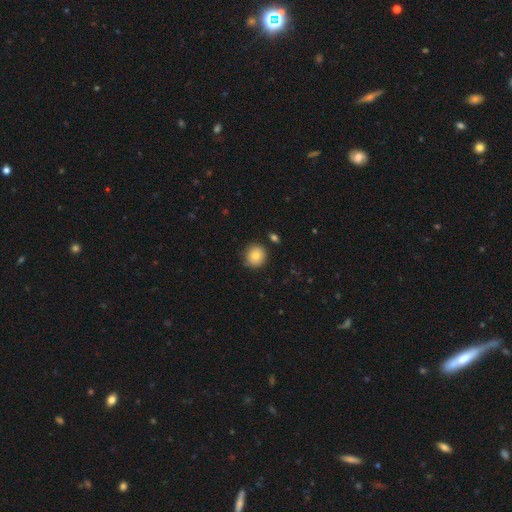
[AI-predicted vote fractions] Smooth or featured? smooth (81%)
How rounded? round (90%)
Merging? none (84%)